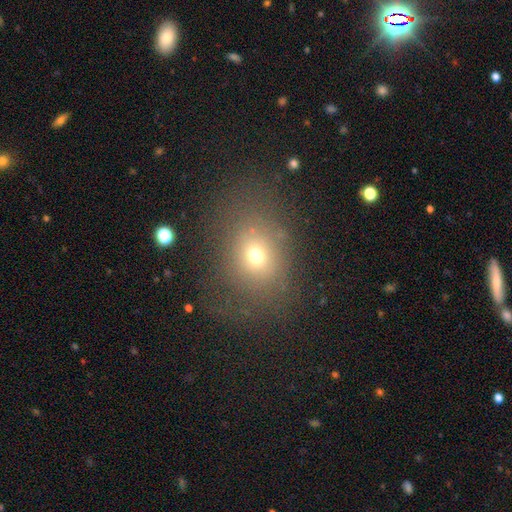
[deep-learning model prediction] Q: Smooth or featured?
A: smooth (66%); runner-up: star or artifact (19%)
Q: How rounded?
A: round (54%); runner-up: in between (45%)
Q: Merging?
A: none (68%); runner-up: minor disturbance (15%)